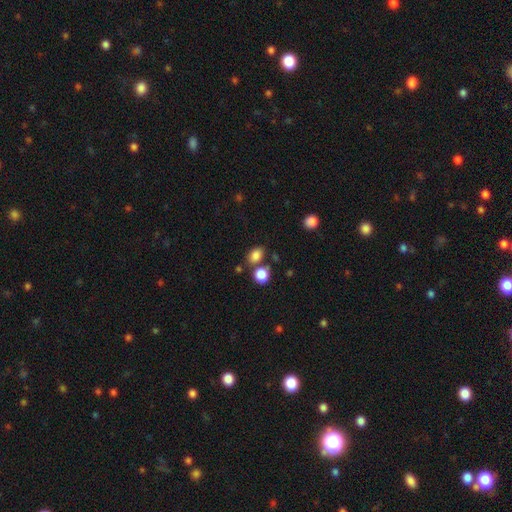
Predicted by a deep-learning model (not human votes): smooth_or_featured: smooth (p=0.82) [alt: star or artifact p=0.12]
how_rounded: in between (p=0.64) [alt: round p=0.35]
merging: none (p=0.67) [alt: merger p=0.18]